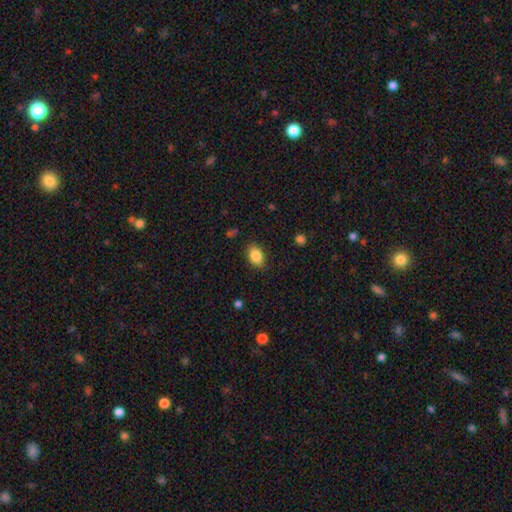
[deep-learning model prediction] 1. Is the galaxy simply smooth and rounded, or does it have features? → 86% smooth, 8% star or artifact, 6% featured or disk.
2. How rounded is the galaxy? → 83% in between, 16% round, 1% cigar-shaped.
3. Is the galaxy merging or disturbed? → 83% none, 13% minor disturbance, 3% major disturbance, 1% merger.